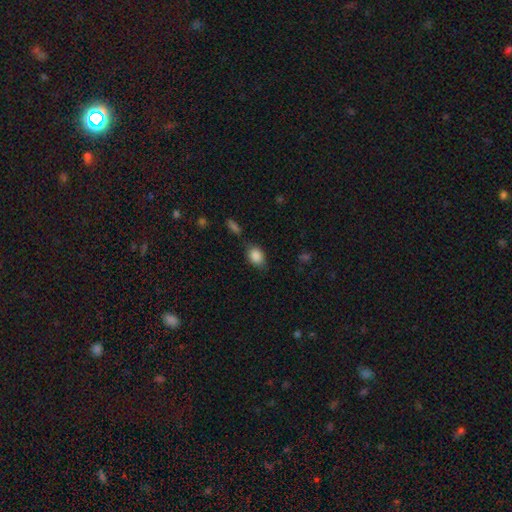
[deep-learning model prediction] Smooth or featured? Predicted: smooth (p=0.87). How rounded? Predicted: in between (p=0.73). Merging? Predicted: none (p=0.72).